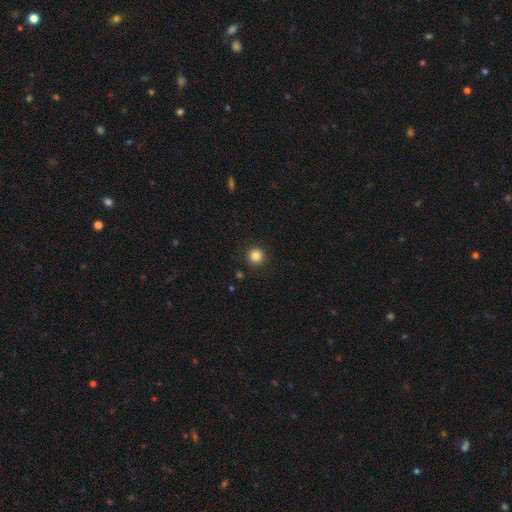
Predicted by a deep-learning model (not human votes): This is clearly a smooth galaxy (85%). How rounded: clearly round (95%). Merging: clearly none (92%).